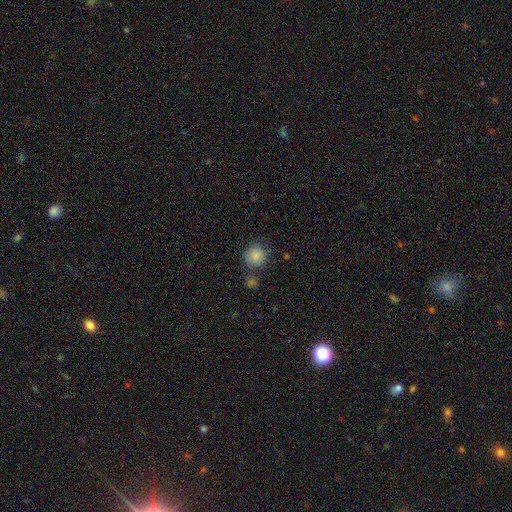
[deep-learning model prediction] Smooth or featured: smooth — 86% (star or artifact — 9%)
How rounded: round — 89% (in between — 10%)
Merging: none — 66% (minor disturbance — 15%)